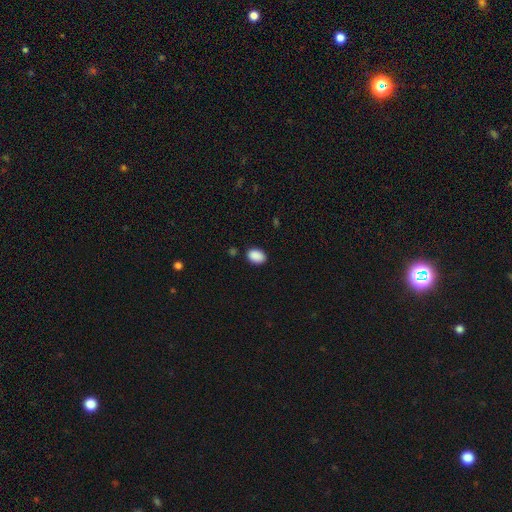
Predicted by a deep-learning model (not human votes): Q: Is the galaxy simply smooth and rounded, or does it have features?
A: smooth — 89%.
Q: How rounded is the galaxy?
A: in between — 79%.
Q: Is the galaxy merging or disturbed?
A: none — 85%.